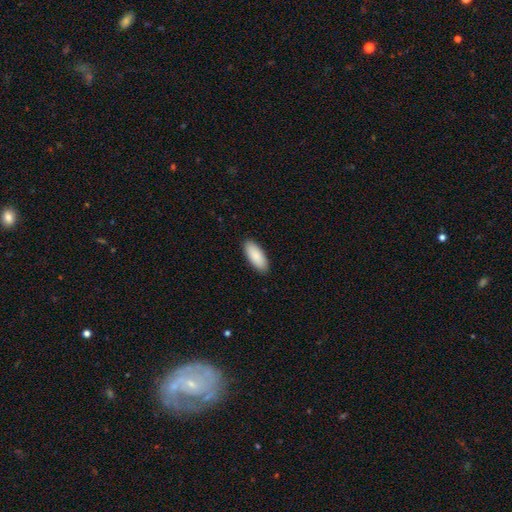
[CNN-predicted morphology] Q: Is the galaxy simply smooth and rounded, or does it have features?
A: smooth — 90%.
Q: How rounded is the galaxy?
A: in between — 83%.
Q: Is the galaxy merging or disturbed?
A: none — 90%.